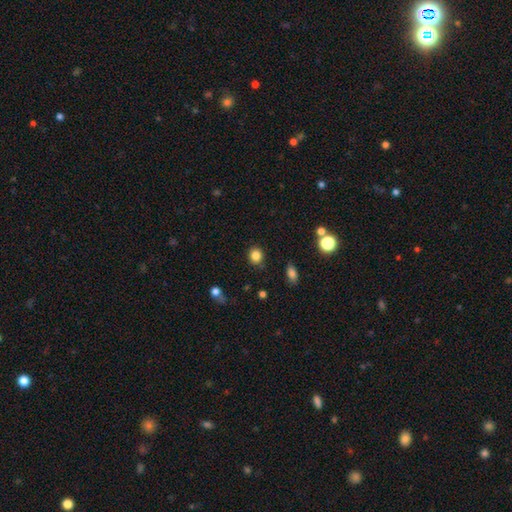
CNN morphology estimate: smooth 84%, star or artifact 11%, featured or disk 5%. Down the decision tree: how rounded — round (74%); merging — none (84%).